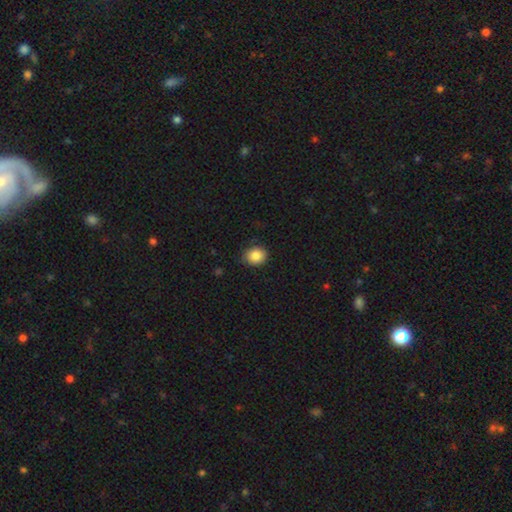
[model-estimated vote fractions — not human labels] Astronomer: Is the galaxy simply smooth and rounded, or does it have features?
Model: smooth — 87%.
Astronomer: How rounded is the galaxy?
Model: round — 59% (runner-up: in between, 41%).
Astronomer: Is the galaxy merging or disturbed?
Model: none — 82%.